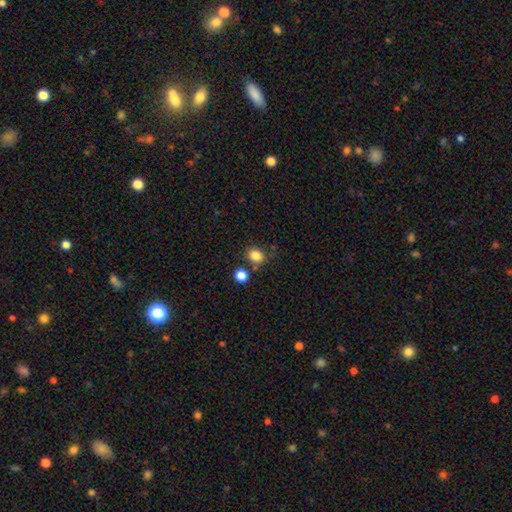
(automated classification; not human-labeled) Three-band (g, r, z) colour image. It shows a smooth galaxy with no disk features (84%) that is round (59%). Merging: none (69%).